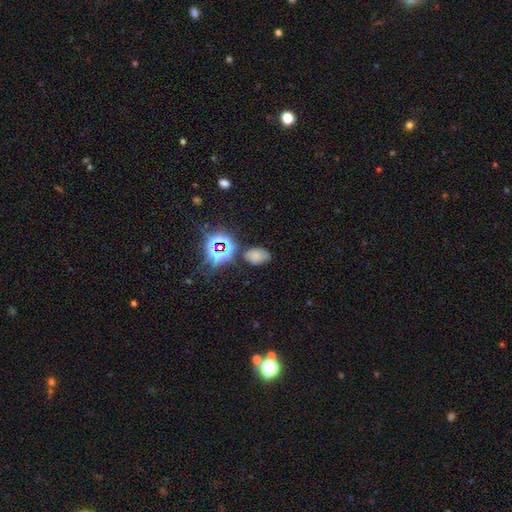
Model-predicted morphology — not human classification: smooth_or_featured: smooth (p=0.60) [alt: star or artifact p=0.30]
how_rounded: in between (p=0.85) [alt: round p=0.14]
merging: none (p=0.69) [alt: minor disturbance p=0.19]